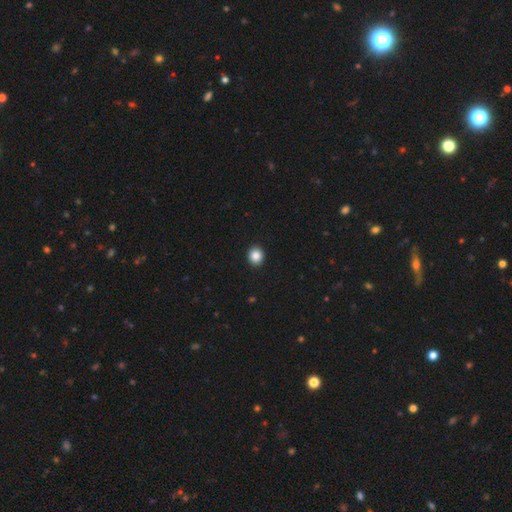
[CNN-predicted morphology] type=smooth (87%); roundness=round (79%); merging=none (93%).